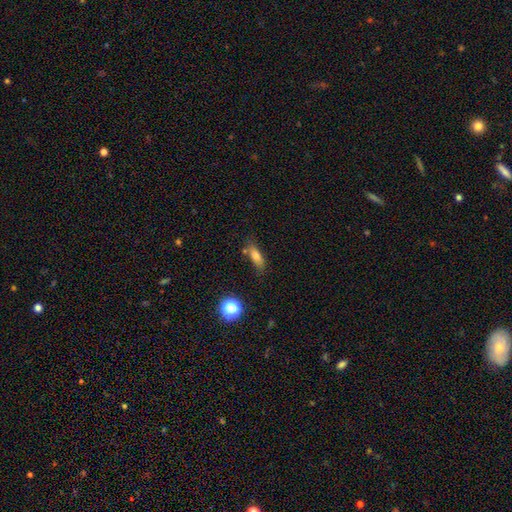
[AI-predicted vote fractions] This is likely a smooth galaxy (76%). How rounded: likely in between (61%). Merging: likely none (70%).